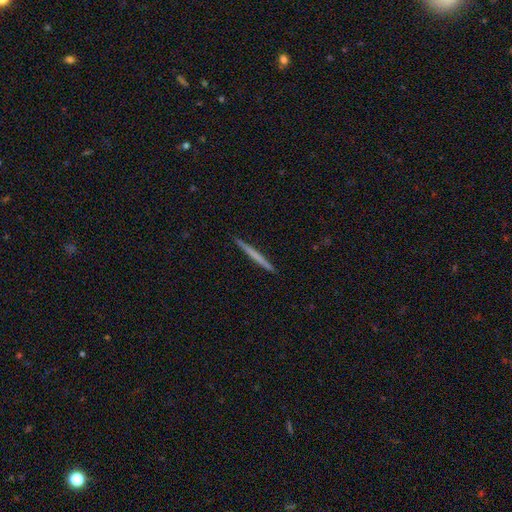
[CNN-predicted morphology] smooth 54%, featured or disk 41%, star or artifact 5%. Down the decision tree: how rounded — cigar-shaped (97%); merging — none (93%).